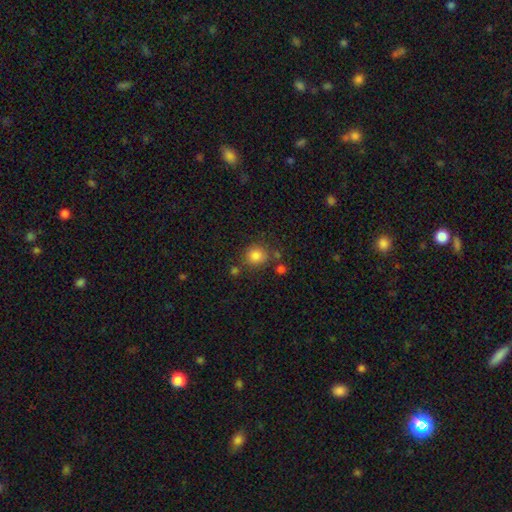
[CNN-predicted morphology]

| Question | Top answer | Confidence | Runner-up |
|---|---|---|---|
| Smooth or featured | smooth | 83% | star or artifact (11%) |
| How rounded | round | 84% | in between (15%) |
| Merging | none | 75% | minor disturbance (13%) |